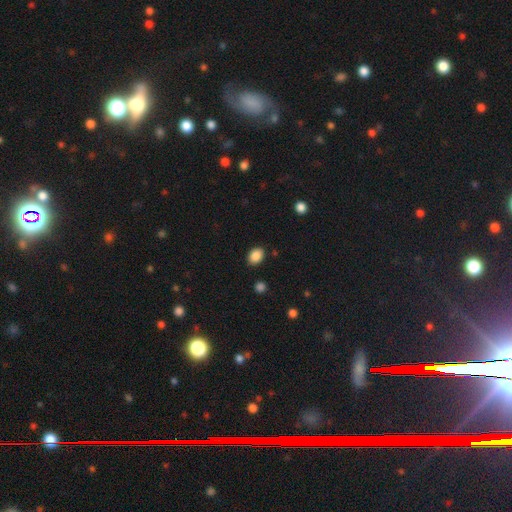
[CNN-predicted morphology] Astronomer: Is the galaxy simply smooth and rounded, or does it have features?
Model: smooth — 88%.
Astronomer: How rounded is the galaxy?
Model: in between — 68%.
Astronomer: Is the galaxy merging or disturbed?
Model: none — 86%.